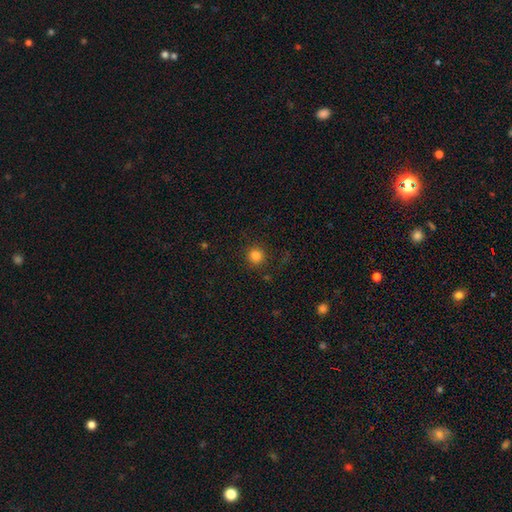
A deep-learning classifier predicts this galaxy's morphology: Smooth or featured? smooth (83%)
How rounded? round (94%)
Merging? none (88%)